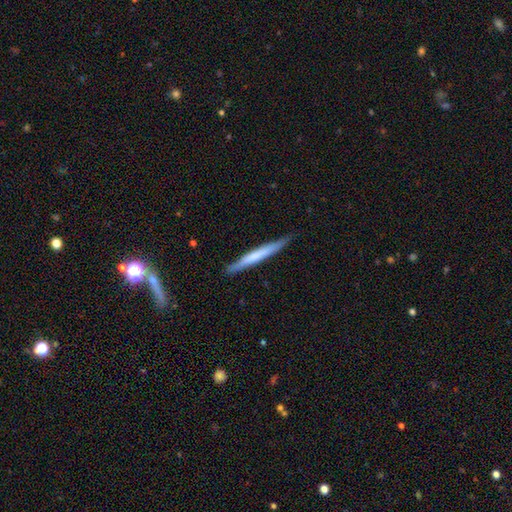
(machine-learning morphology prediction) This is possibly a smooth galaxy (53%). How rounded: clearly cigar-shaped (97%). Merging: clearly none (84%).